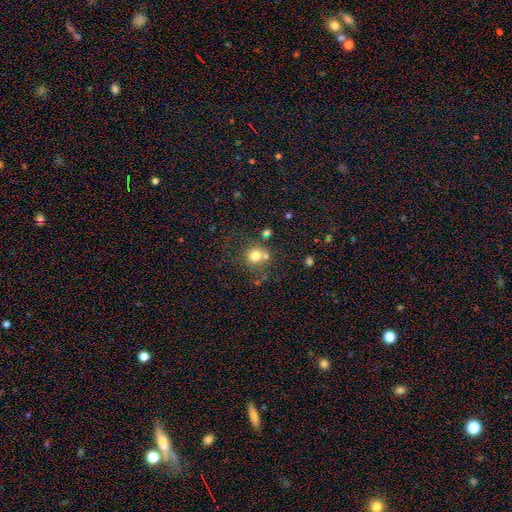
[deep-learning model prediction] This appears to be a smooth galaxy with no disk features (75%) that is round (87%). Merging: none (60%).